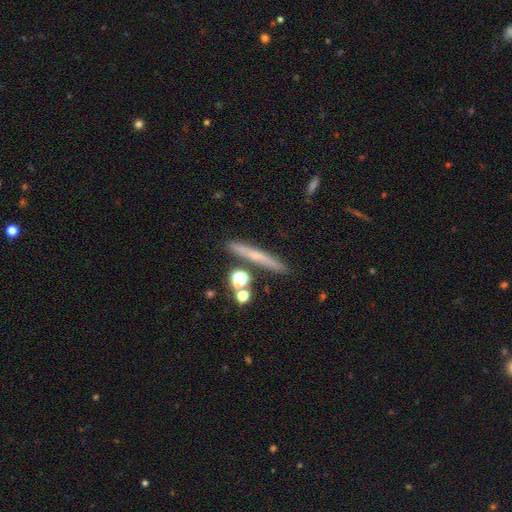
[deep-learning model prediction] Smooth or featured: smooth — 48% (featured or disk — 41%)
Merging: none — 83% (minor disturbance — 9%)